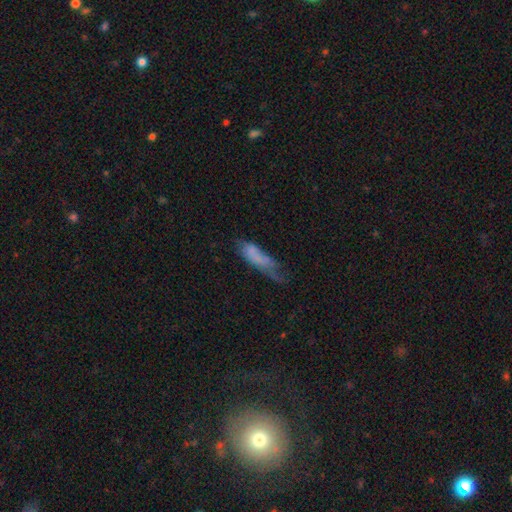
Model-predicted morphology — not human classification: smooth_or_featured: smooth (p=0.62) [alt: featured or disk p=0.27]
how_rounded: cigar-shaped (p=0.51) [alt: in between p=0.47]
merging: major disturbance (p=0.35) [alt: minor disturbance p=0.30]